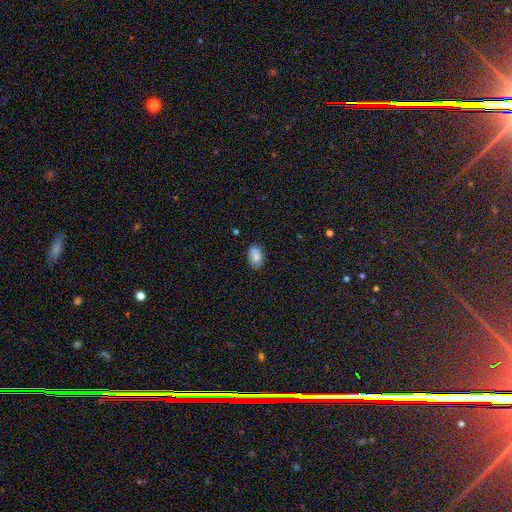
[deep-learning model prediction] smooth_or_featured: smooth (p=0.80) [alt: featured or disk p=0.12]
how_rounded: in between (p=0.90) [alt: round p=0.07]
merging: none (p=0.72) [alt: minor disturbance p=0.17]